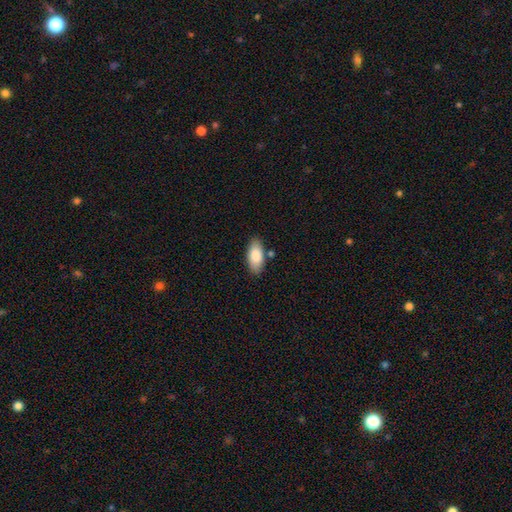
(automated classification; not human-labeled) smooth-or-featured: smooth: 85% | featured or disk: 9% | star or artifact: 6%
  how-rounded: in between: 90% | cigar-shaped: 8% | round: 2%
  merging: none: 81% | minor disturbance: 11% | merger: 5% | major disturbance: 3%